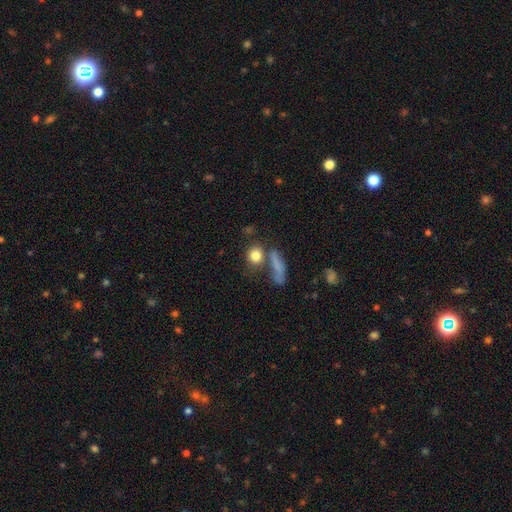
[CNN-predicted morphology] A smooth galaxy with no disk features (81%) that is round (73%). Merging: none (61%).